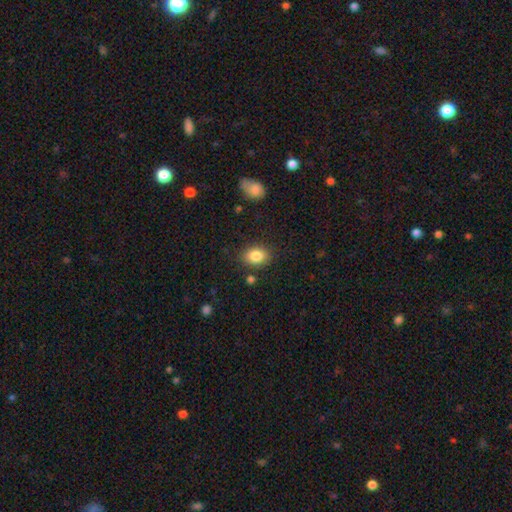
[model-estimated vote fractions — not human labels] Smooth or featured: smooth — 85% (star or artifact — 9%)
How rounded: in between — 74% (round — 25%)
Merging: none — 84% (minor disturbance — 11%)